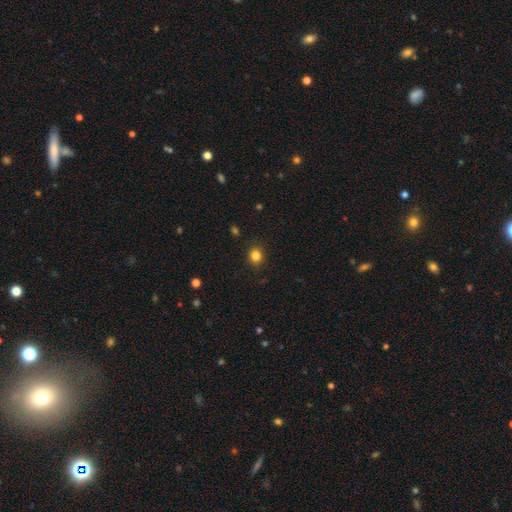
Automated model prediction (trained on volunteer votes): A smooth galaxy with no disk features (84%) that is round (73%).

Vote fractions:
- Smooth or featured? smooth: 84% / star or artifact: 12% / featured or disk: 4%
- How rounded? round: 73% / in between: 26% / cigar-shaped: 1%
- Merging? none: 89% / minor disturbance: 7% / major disturbance: 2% / merger: 1%